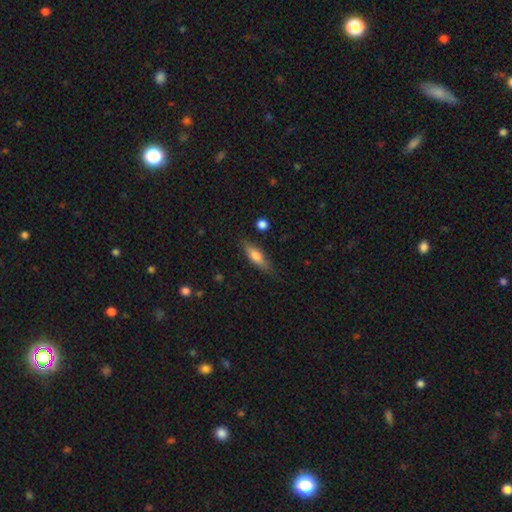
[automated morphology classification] Overall: smooth (66%; featured or disk 27%). How rounded: cigar-shaped (53%; in between 44%). Merging: none (78%).